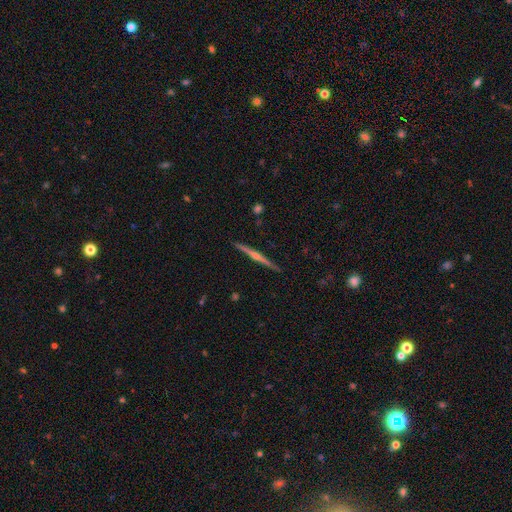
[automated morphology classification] Smooth or featured? featured or disk (82%)
Edge-on disk? yes (99%)
Edge-on bulge? rounded (87%)
Merging? none (92%)